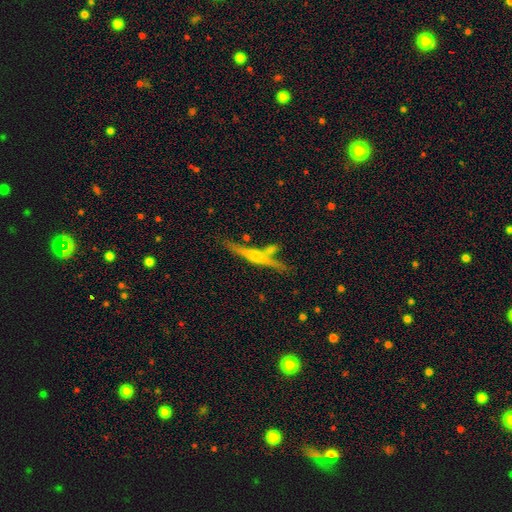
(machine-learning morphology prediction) Smooth or featured: featured or disk — 72% (smooth — 21%)
Edge-on disk: yes — 97% (no — 3%)
Edge-on bulge: rounded — 81% (none — 11%)
Merging: none — 75% (merger — 11%)